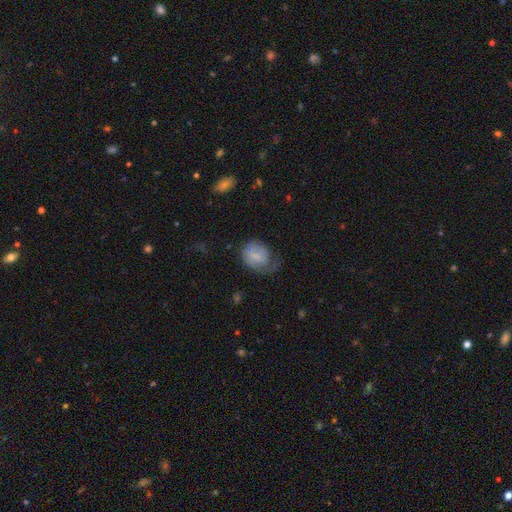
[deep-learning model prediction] This is likely a smooth galaxy (63%). How rounded: possibly in between (52%). Merging: marginally none (38%).